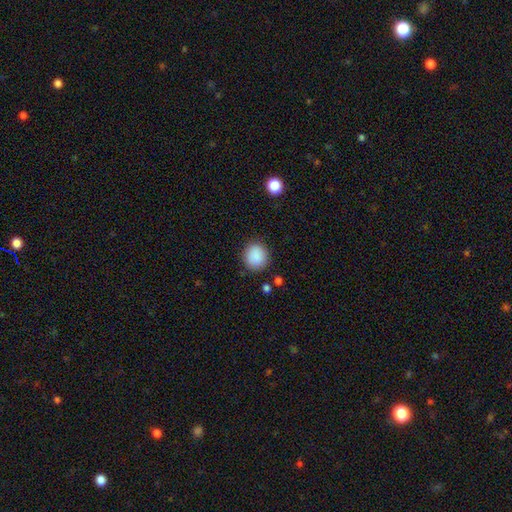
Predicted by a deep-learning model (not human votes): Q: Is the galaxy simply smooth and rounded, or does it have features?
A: smooth — 89%.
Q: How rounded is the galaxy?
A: round — 87%.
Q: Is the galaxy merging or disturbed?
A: none — 88%.